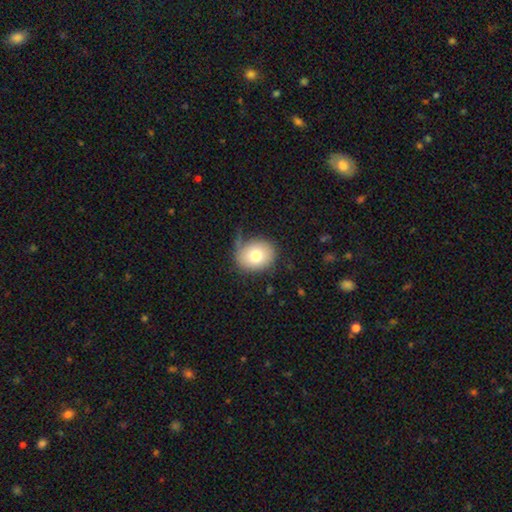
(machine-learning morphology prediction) Smooth or featured?
  - smooth: 74% *
  - featured or disk: 17%
  - star or artifact: 9%
How rounded?
  - round: 67% *
  - in between: 33%
  - cigar-shaped: 1%
Merging?
  - none: 64% *
  - minor disturbance: 22%
  - major disturbance: 11%
  - merger: 3%